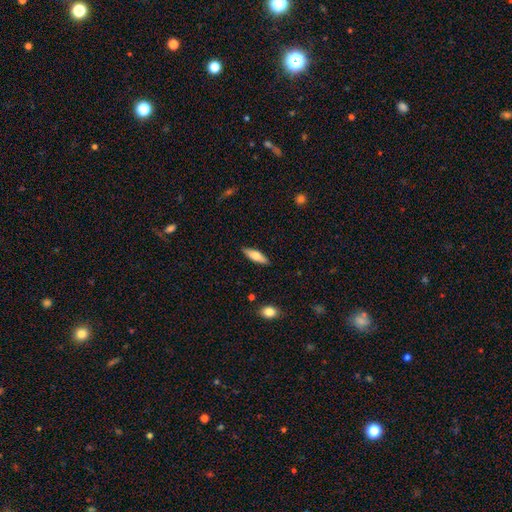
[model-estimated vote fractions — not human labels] Overall: smooth (64%; featured or disk 30%). How rounded: cigar-shaped (51%; in between 47%). Merging: none (88%).